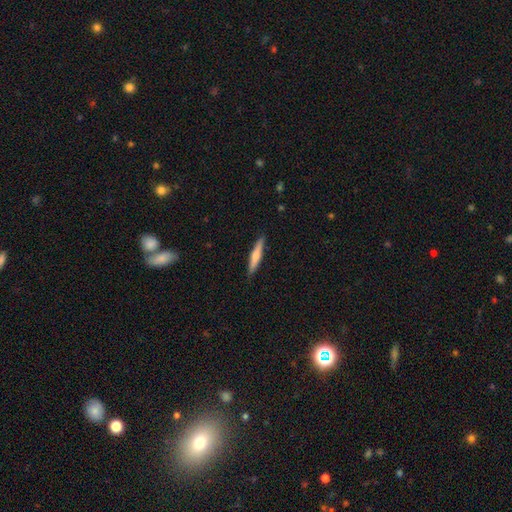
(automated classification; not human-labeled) Overall: smooth (59%; featured or disk 36%). How rounded: cigar-shaped (92%). Merging: none (90%).